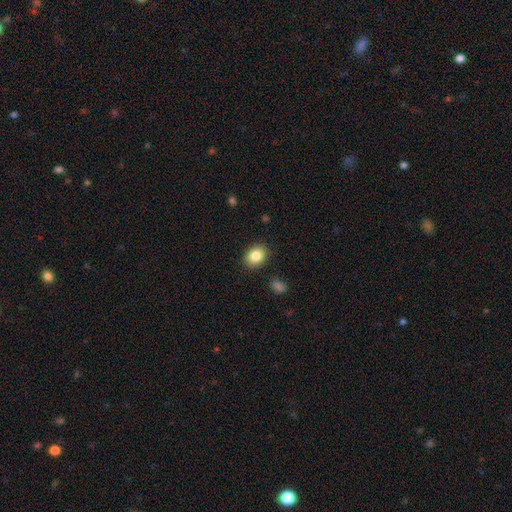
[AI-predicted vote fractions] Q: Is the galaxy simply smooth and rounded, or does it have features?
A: smooth — 85%.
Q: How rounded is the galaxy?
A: in between — 60%.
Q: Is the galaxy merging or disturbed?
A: none — 88%.